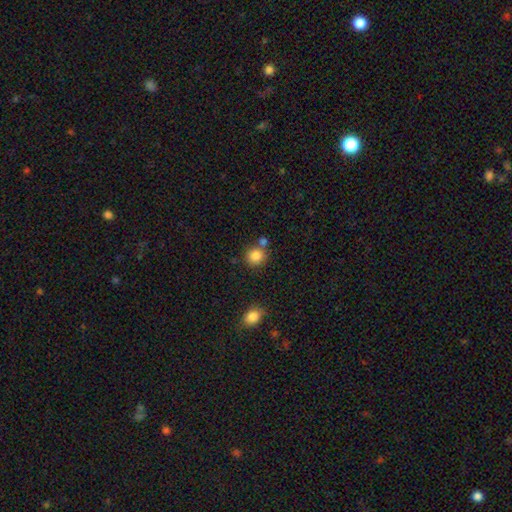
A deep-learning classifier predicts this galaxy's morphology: This is clearly a smooth galaxy (85%). How rounded: clearly round (86%). Merging: likely none (69%).